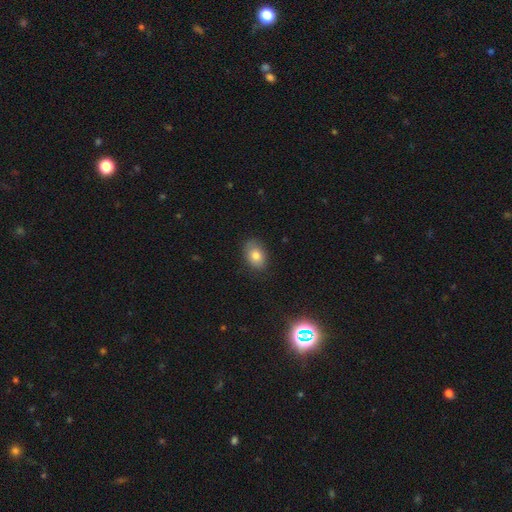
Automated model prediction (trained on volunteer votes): This is likely a smooth galaxy (79%). How rounded: clearly in between (82%). Merging: clearly none (81%).